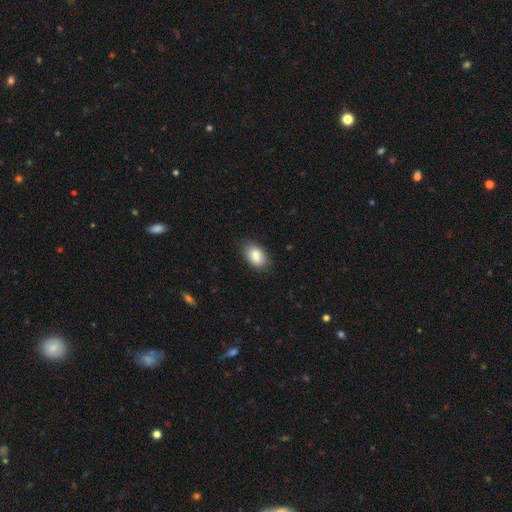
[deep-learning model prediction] smooth_or_featured: smooth (p=0.86) [alt: featured or disk p=0.07]
how_rounded: in between (p=0.91) [alt: round p=0.08]
merging: none (p=0.82) [alt: minor disturbance p=0.14]